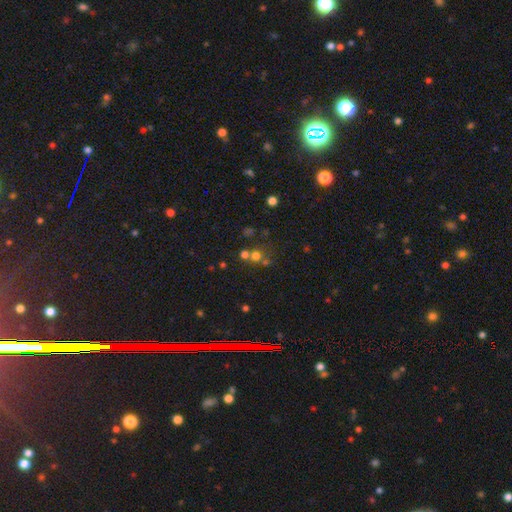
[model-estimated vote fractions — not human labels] This is possibly a smooth galaxy (59%). How rounded: clearly round (87%). Merging: possibly none (55%).